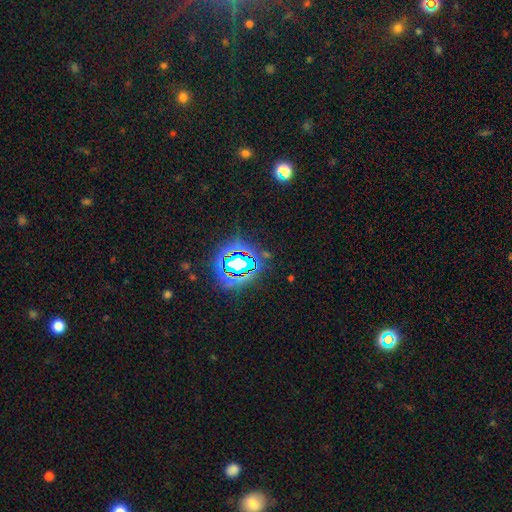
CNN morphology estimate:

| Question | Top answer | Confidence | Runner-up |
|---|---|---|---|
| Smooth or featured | star or artifact | 81% | smooth (12%) |